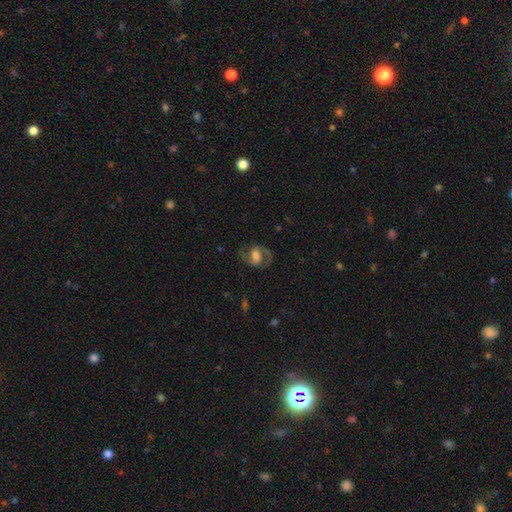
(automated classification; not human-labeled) The model was most divided on "bar": weak: 47%, no: 29%, strong: 23%. Remaining: edge-on disk — no (97%); spiral arms — yes (95%); spiral arm count — 2 (92%); smooth or featured — featured or disk (81%); merging — none (78%); spiral winding — medium (60%); bulge size — moderate (47%).